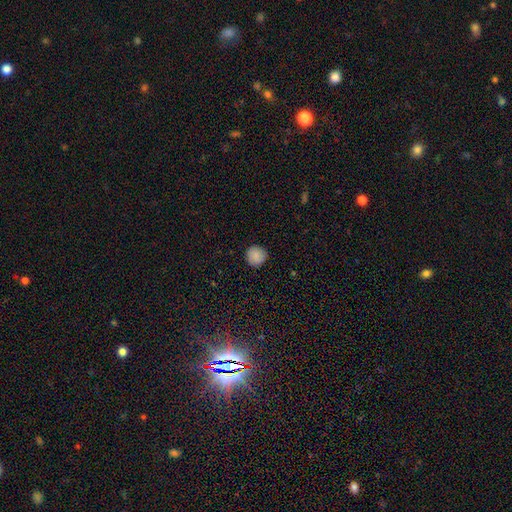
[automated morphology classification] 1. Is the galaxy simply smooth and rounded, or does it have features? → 86% smooth, 8% star or artifact, 6% featured or disk.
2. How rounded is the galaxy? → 94% round, 5% in between, 1% cigar-shaped.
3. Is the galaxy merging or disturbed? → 89% none, 8% minor disturbance, 2% major disturbance, 1% merger.